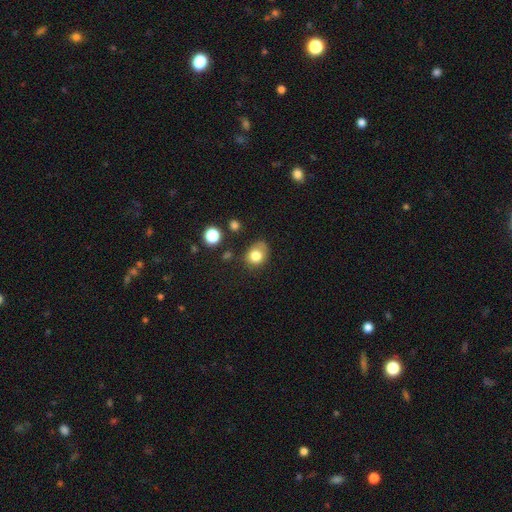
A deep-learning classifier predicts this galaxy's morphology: Smooth or featured?
  - smooth: 79% *
  - featured or disk: 11%
  - star or artifact: 10%
How rounded?
  - round: 54% *
  - in between: 45%
  - cigar-shaped: 1%
Merging?
  - none: 53% *
  - minor disturbance: 32%
  - major disturbance: 11%
  - merger: 5%